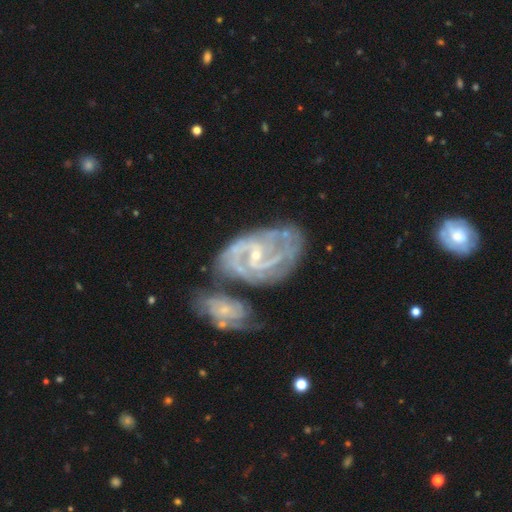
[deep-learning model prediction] This appears to be a featured or disk galaxy (89%) with a weak bar (48%), 2 (48%) tight (45%) spiral arms (96%) and a small central bulge (78%). Merging: merger (42%).